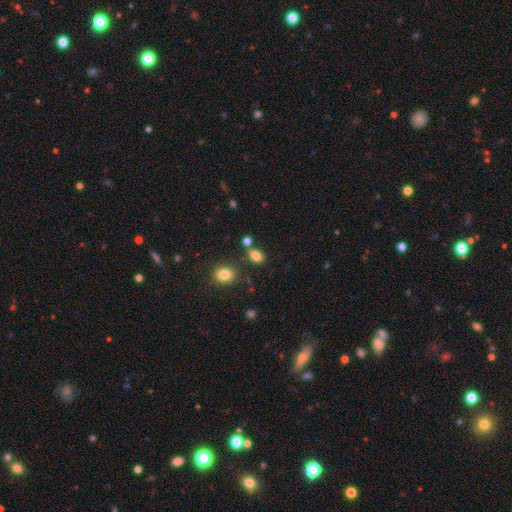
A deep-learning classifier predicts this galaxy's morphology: Smooth or featured?
  - smooth: 83% *
  - star or artifact: 12%
  - featured or disk: 6%
How rounded?
  - in between: 79% *
  - round: 19%
  - cigar-shaped: 2%
Merging?
  - none: 69% *
  - merger: 14%
  - minor disturbance: 13%
  - major disturbance: 4%